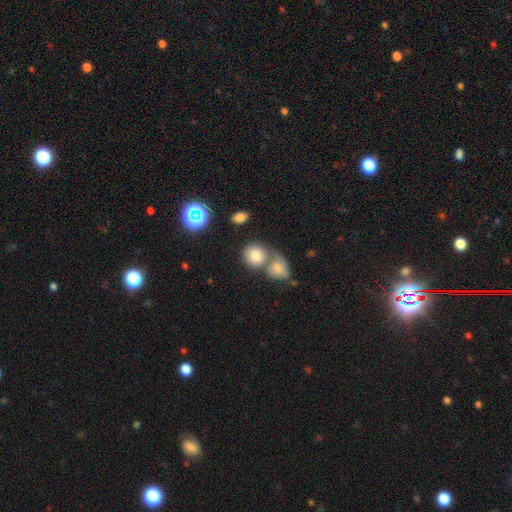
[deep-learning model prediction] Overall: smooth (78%). How rounded: round (76%). Merging: merger (44%; none 43%).